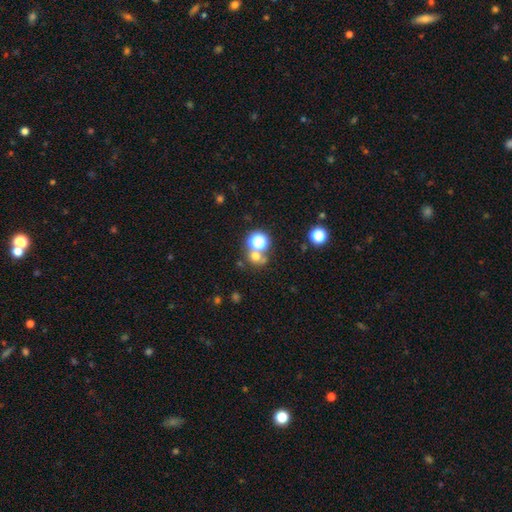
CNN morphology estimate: Smooth or featured? smooth (59%)
How rounded? round (83%)
Merging? none (58%)